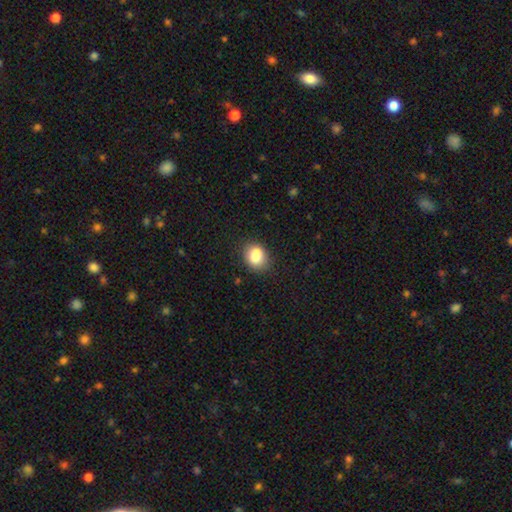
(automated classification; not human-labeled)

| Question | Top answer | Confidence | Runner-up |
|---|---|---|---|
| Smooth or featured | smooth | 84% | star or artifact (9%) |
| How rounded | in between | 50% | round (49%) |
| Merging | none | 80% | minor disturbance (14%) |